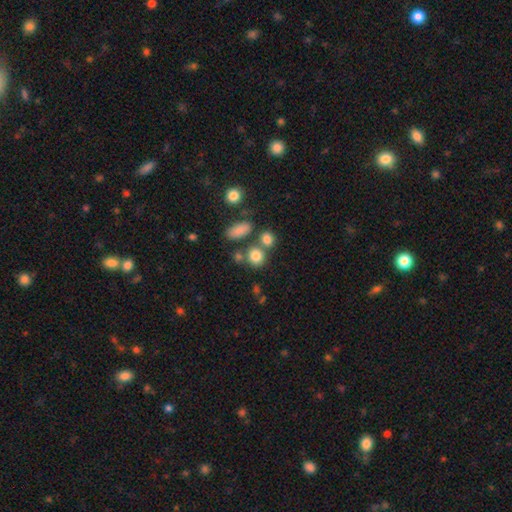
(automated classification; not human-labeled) Q: Smooth or featured?
A: smooth (80%); runner-up: star or artifact (12%)
Q: How rounded?
A: round (76%); runner-up: in between (22%)
Q: Merging?
A: none (62%); runner-up: merger (23%)